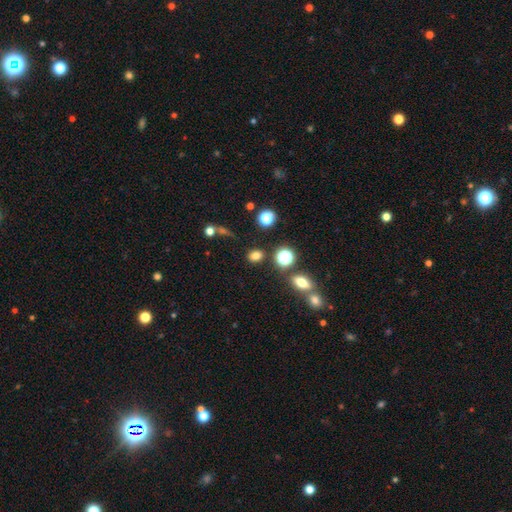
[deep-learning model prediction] A smooth galaxy with no disk features (77%) that is in between round and cigar-shaped (49%, tied with round). Merging: none (82%).